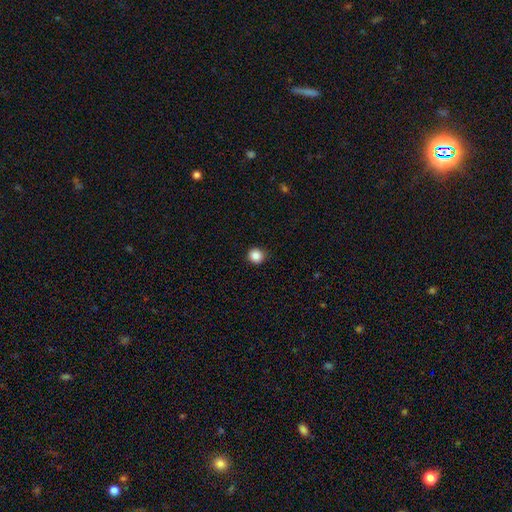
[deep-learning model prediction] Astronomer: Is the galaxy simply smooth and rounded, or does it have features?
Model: smooth — 87%.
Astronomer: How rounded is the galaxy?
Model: round — 93%.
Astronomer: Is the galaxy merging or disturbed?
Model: none — 91%.